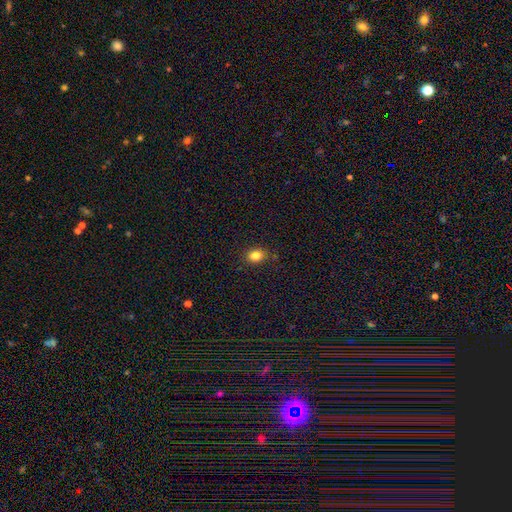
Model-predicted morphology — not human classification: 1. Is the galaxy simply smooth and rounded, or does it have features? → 83% smooth, 12% star or artifact, 5% featured or disk.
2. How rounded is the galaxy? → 53% in between, 46% round, 1% cigar-shaped.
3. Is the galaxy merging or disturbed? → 86% none, 10% minor disturbance, 2% major disturbance, 1% merger.